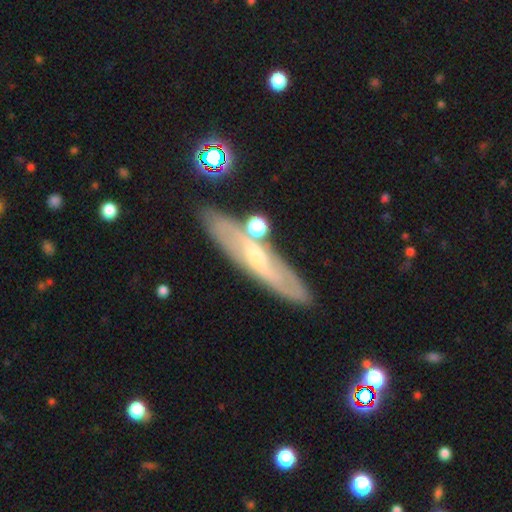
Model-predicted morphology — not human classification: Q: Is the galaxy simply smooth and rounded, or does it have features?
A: featured or disk — 62%.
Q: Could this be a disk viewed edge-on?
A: yes — 55%.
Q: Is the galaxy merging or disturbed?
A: none — 78%.